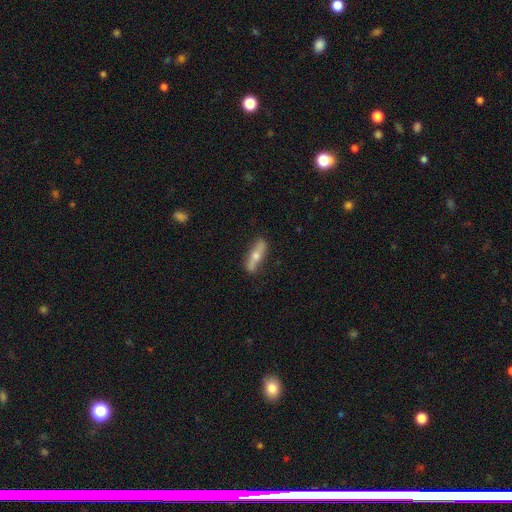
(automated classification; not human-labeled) Smooth or featured?
  - featured or disk: 51% *
  - smooth: 43%
  - star or artifact: 6%
Edge-on disk?
  - yes: 72% *
  - no: 28%
Merging?
  - none: 84% *
  - minor disturbance: 13%
  - major disturbance: 2%
  - merger: 1%